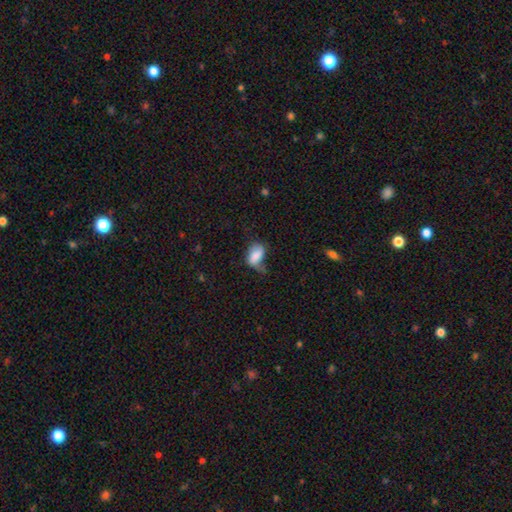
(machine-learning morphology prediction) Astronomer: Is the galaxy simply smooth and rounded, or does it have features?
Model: smooth — 77%.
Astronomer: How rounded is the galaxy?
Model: in between — 90%.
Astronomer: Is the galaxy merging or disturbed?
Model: minor disturbance — 35% (runner-up: major disturbance, 30%).